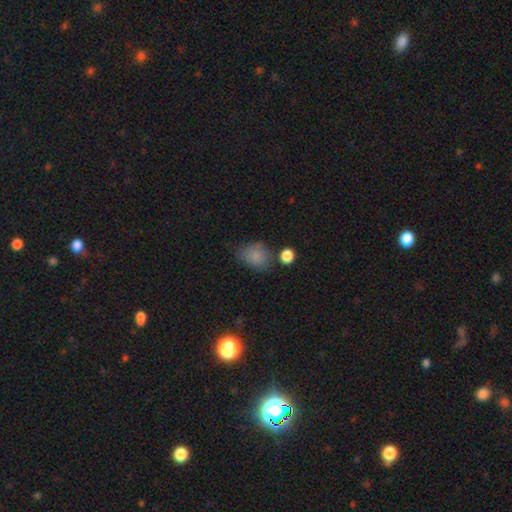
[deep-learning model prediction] Overall: smooth (81%). How rounded: in between (53%; round 46%). Merging: none (55%; minor disturbance 27%).